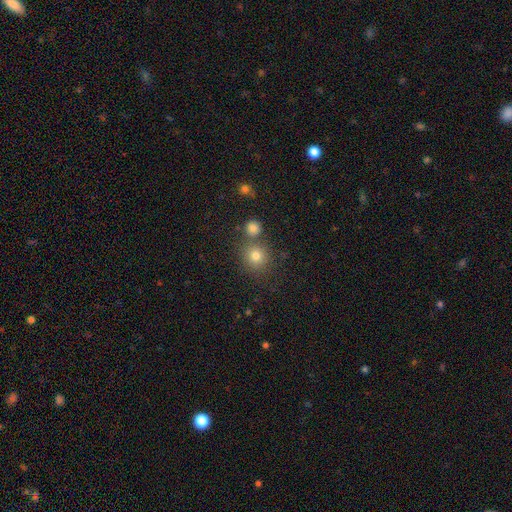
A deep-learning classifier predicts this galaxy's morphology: The model was most divided on "merging": none: 69%, merger: 20%, minor disturbance: 8%, major disturbance: 3%. More confident: how rounded — round (90%); smooth or featured — smooth (77%).